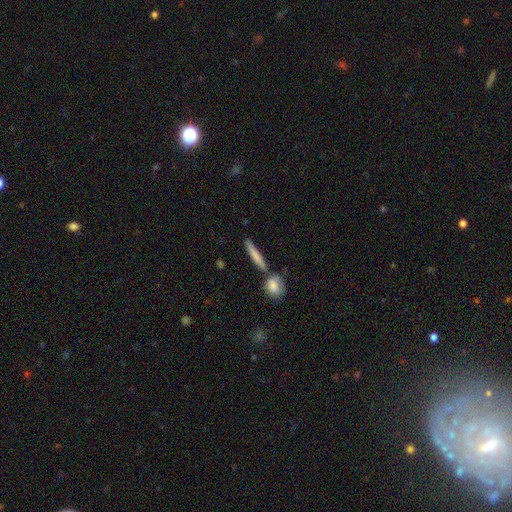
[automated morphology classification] smooth_or_featured: smooth (p=0.75) [alt: featured or disk p=0.19]
how_rounded: cigar-shaped (p=0.87) [alt: in between p=0.10]
merging: none (p=0.72) [alt: merger p=0.14]